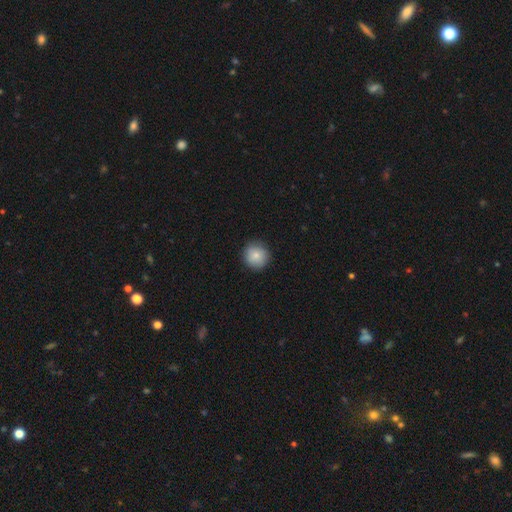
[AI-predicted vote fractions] Overall: smooth (84%). How rounded: round (93%). Merging: none (88%).